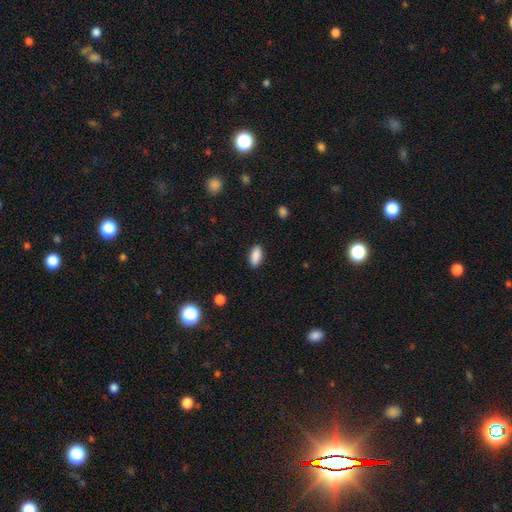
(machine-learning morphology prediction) Smooth or featured?
  - smooth: 89% *
  - star or artifact: 7%
  - featured or disk: 4%
How rounded?
  - in between: 89% *
  - cigar-shaped: 8%
  - round: 3%
Merging?
  - none: 89% *
  - minor disturbance: 8%
  - major disturbance: 2%
  - merger: 1%